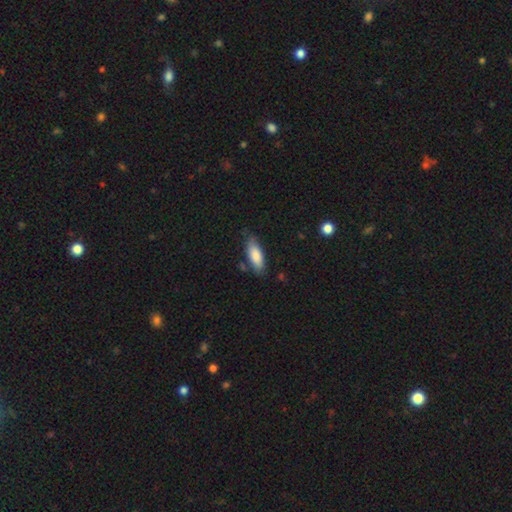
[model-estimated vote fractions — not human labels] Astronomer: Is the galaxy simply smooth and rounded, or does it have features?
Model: smooth — 83%.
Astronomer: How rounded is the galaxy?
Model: in between — 73%.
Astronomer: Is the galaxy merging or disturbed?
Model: none — 73%.